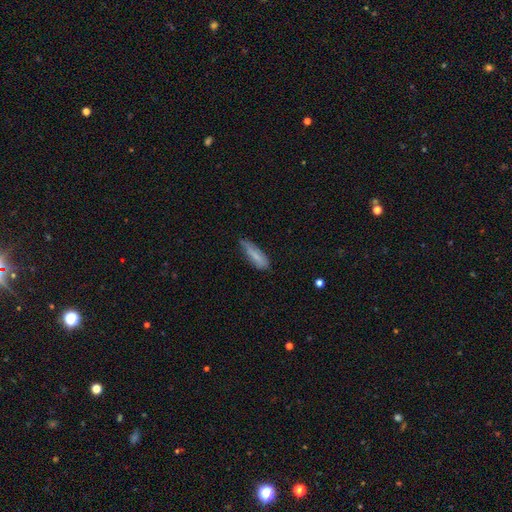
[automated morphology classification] Q: Smooth or featured?
A: smooth (72%); runner-up: featured or disk (21%)
Q: How rounded?
A: cigar-shaped (56%); runner-up: in between (42%)
Q: Merging?
A: none (52%); runner-up: minor disturbance (37%)